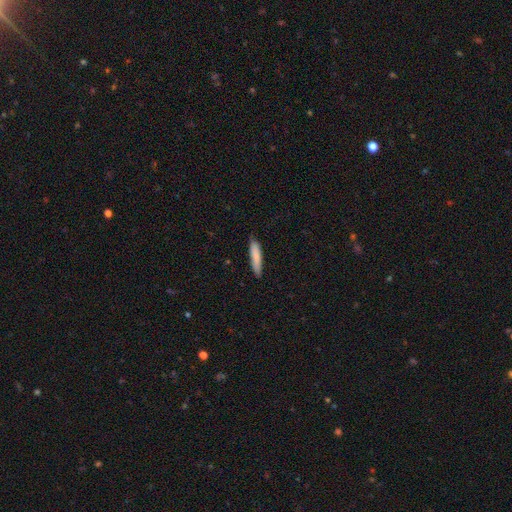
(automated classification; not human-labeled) A smooth galaxy with no disk features (82%) that is cigar-shaped (86%). Merging: none (84%).